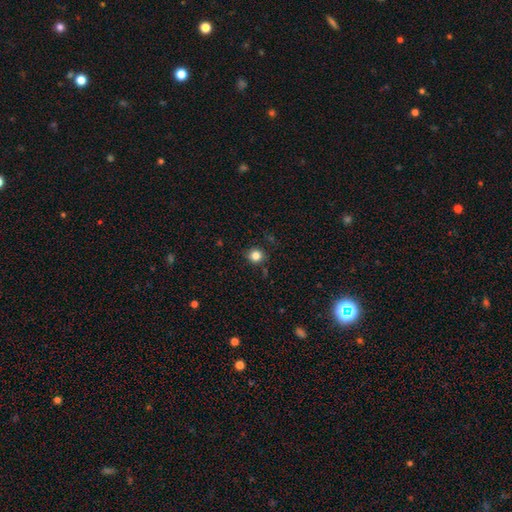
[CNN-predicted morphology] smooth-or-featured: smooth: 83% | star or artifact: 12% | featured or disk: 5%
  how-rounded: round: 86% | in between: 13% | cigar-shaped: 1%
  merging: none: 86% | minor disturbance: 10% | major disturbance: 2% | merger: 2%